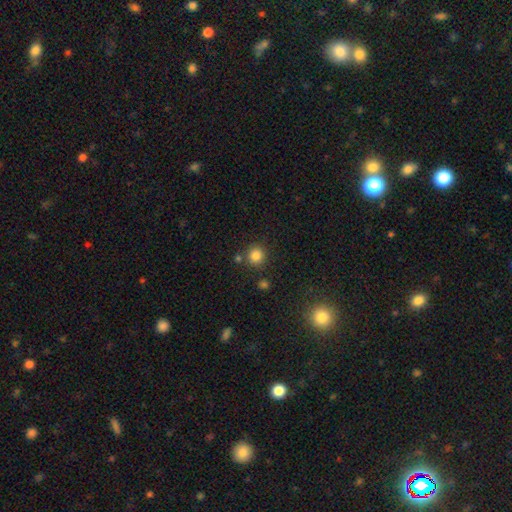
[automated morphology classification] A smooth galaxy with no disk features (84%) that is round (92%). Merging: none (82%).